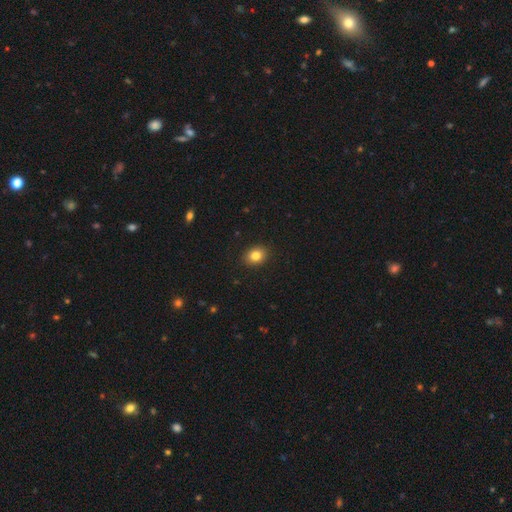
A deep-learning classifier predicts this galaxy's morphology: smooth 83%, star or artifact 10%, featured or disk 7%. Down the decision tree: how rounded — in between (54%); merging — none (90%).